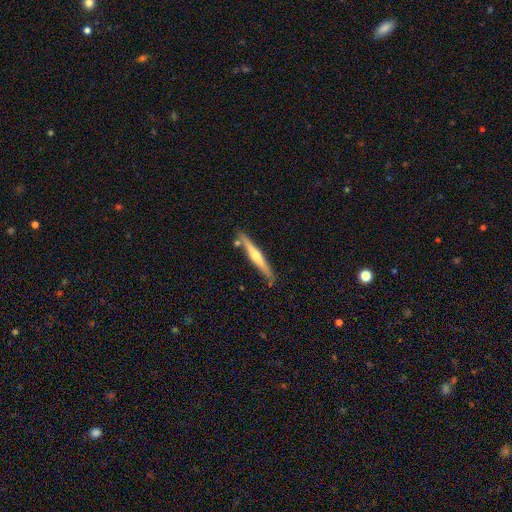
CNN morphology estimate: A featured or disk galaxy (62%) viewed edge-on (96%) with a rounded central bulge (85%). Merging: none (81%).